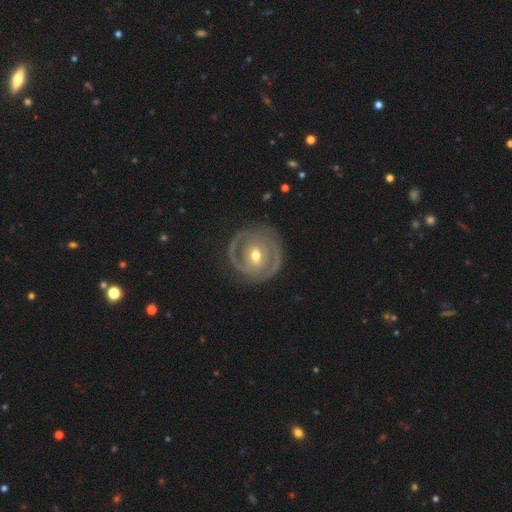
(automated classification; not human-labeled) Smooth or featured?
  - featured or disk: 79% *
  - smooth: 16%
  - star or artifact: 5%
Edge-on disk?
  - no: 97% *
  - yes: 3%
Bar?
  - weak: 42% *
  - no: 41%
  - strong: 18%
Spiral arms?
  - yes: 79% *
  - no: 21%
Spiral winding?
  - tight: 61% *
  - medium: 28%
  - loose: 11%
Spiral arm count?
  - 2: 53% *
  - can't tell: 19%
  - 1: 16%
  - 3: 7%
  - 4: 3%
  - more than 4: 3%
Bulge size?
  - moderate: 71% *
  - small: 24%
  - large: 3%
  - none: 1%
  - dominant: 1%
Merging?
  - none: 77% *
  - minor disturbance: 15%
  - major disturbance: 7%
  - merger: 2%